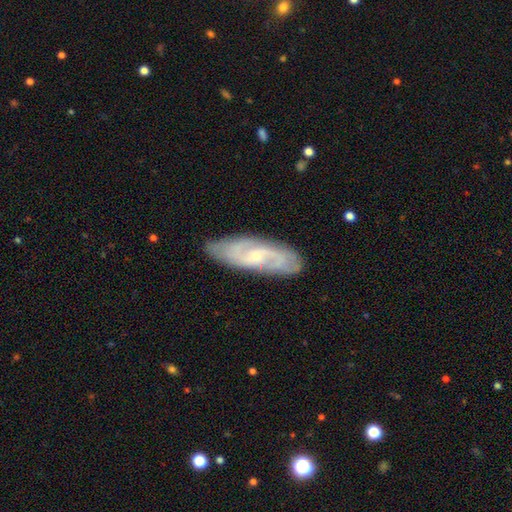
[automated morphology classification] Smooth or featured? featured or disk (78%)
Edge-on disk? no (88%)
Bar? no (52%)
Spiral arms? yes (93%)
Spiral winding? medium (43%)
Spiral arm count? 2 (53%)
Bulge size? small (70%)
Merging? none (81%)